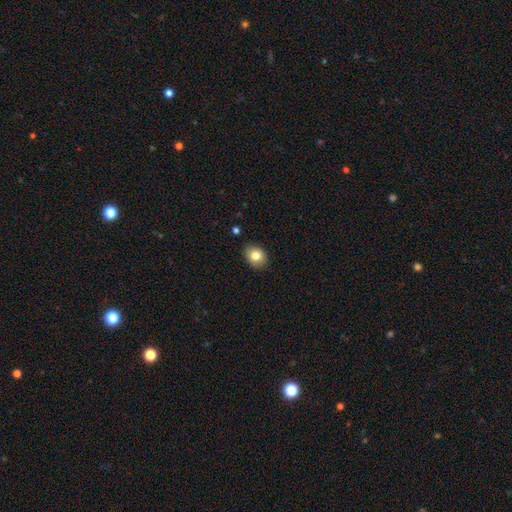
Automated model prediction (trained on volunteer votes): A smooth galaxy with no disk features (81%) that is in between round and cigar-shaped (53%). Merging: none (85%).